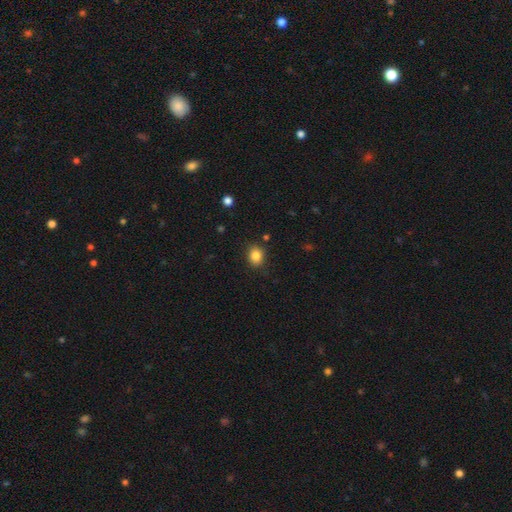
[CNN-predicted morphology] Smooth or featured: smooth — 84% (star or artifact — 10%)
How rounded: round — 55% (in between — 44%)
Merging: none — 84% (minor disturbance — 11%)